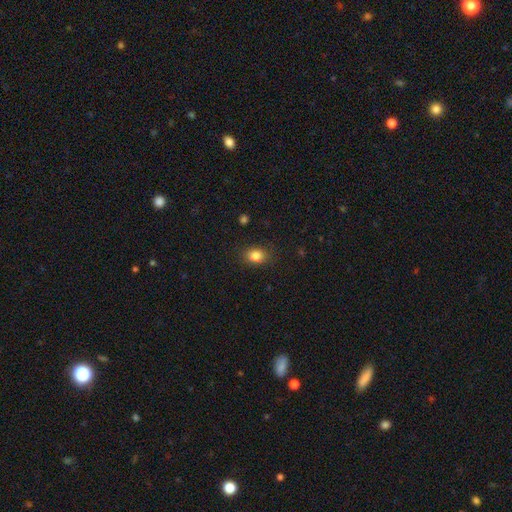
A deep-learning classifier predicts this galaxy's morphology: smooth-or-featured: smooth: 84% | star or artifact: 10% | featured or disk: 6%
  how-rounded: in between: 60% | round: 38% | cigar-shaped: 1%
  merging: none: 85% | minor disturbance: 11% | major disturbance: 3% | merger: 1%